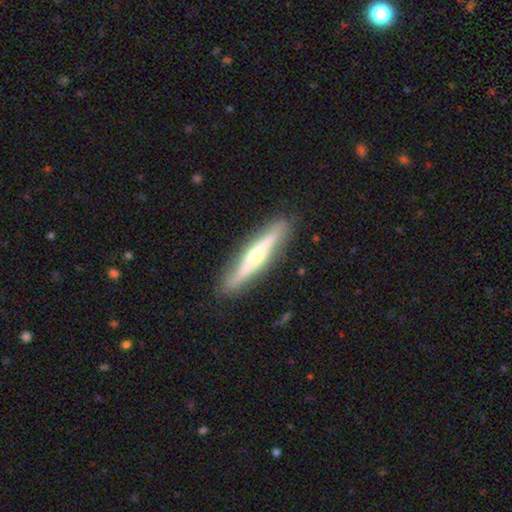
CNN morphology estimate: A featured or disk galaxy (67%) viewed edge-on (86%) with a rounded central bulge (85%).

Vote fractions:
- Smooth or featured? featured or disk: 67% / smooth: 27% / star or artifact: 6%
- Edge-on disk? yes: 86% / no: 14%
- Edge-on bulge? rounded: 85% / none: 11% / boxy: 4%
- Merging? none: 88% / minor disturbance: 9% / major disturbance: 2% / merger: 1%